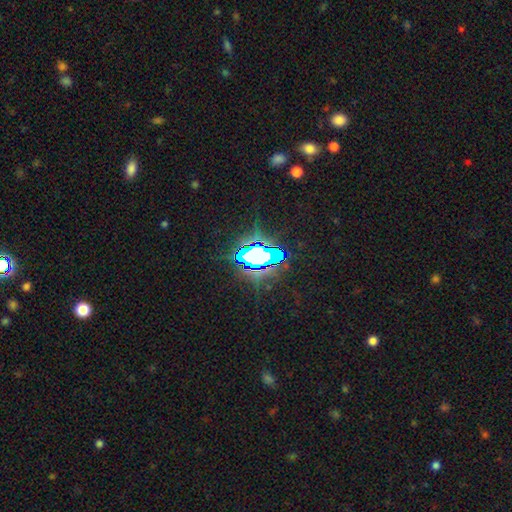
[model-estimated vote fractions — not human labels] Smooth or featured? star or artifact (70%)